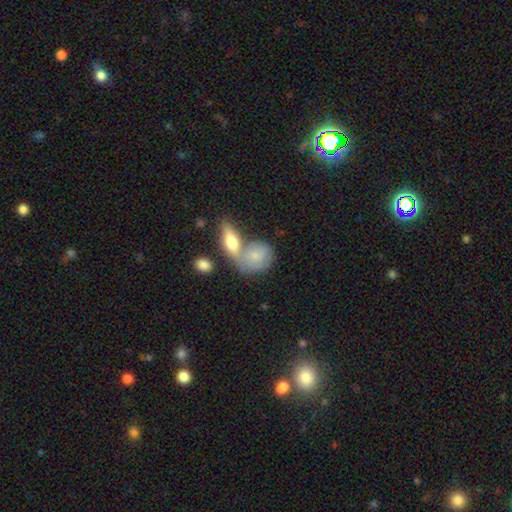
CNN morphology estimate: A smooth galaxy with no disk features (70%) that is round (53%).

Vote fractions:
- Smooth or featured? smooth: 70% / featured or disk: 24% / star or artifact: 6%
- How rounded? round: 53% / in between: 44% / cigar-shaped: 4%
- Merging? merger: 47% / none: 36% / minor disturbance: 12% / major disturbance: 5%